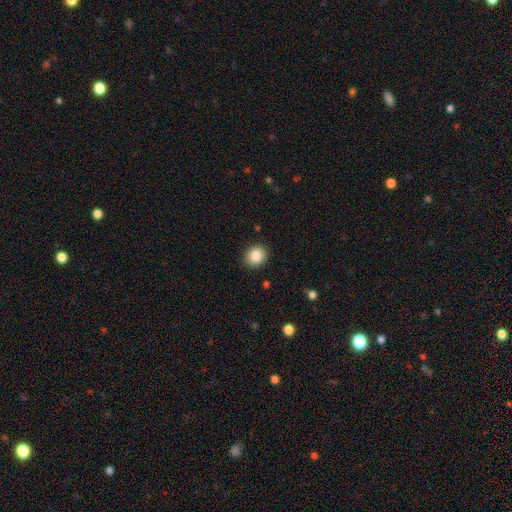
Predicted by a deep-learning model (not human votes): A smooth galaxy with no disk features (85%) that is round (72%).

Vote fractions:
- Smooth or featured? smooth: 85% / star or artifact: 9% / featured or disk: 6%
- How rounded? round: 72% / in between: 27% / cigar-shaped: 1%
- Merging? none: 89% / minor disturbance: 8% / major disturbance: 2% / merger: 1%